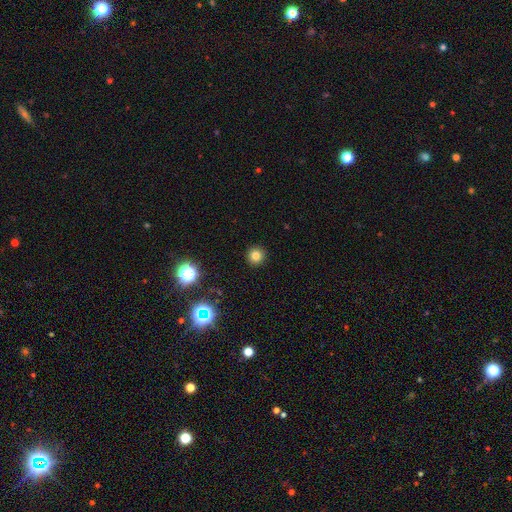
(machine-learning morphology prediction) Smooth or featured? smooth (78%)
How rounded? round (95%)
Merging? none (93%)